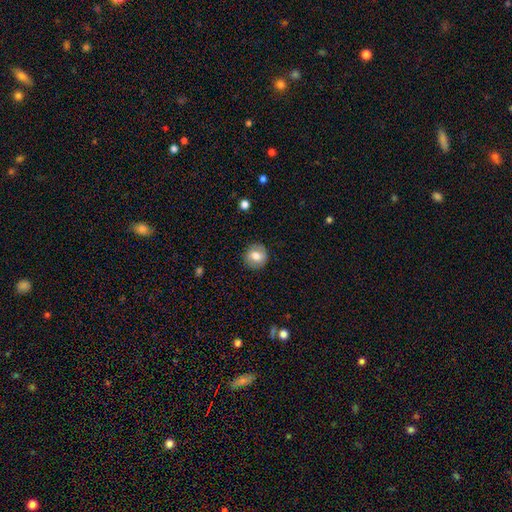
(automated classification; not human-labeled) This appears to be a smooth galaxy with no disk features (73%) that is round (90%). Merging: none (88%).